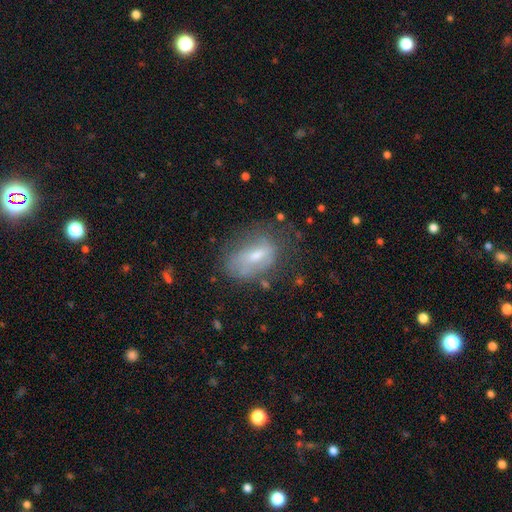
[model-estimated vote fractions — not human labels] Smooth or featured? Predicted: smooth (p=0.50). How rounded? Predicted: in between (p=0.87). Merging? Predicted: none (p=0.49).